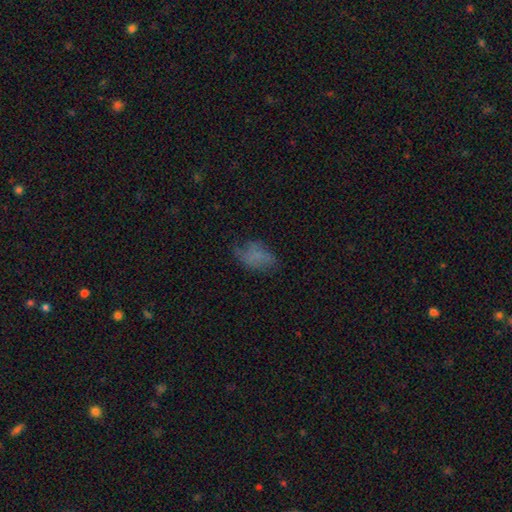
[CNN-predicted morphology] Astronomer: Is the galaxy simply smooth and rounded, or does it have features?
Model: smooth — 61%.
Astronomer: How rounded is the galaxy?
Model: in between — 89%.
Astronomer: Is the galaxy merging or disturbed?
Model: none — 47% (runner-up: minor disturbance, 29%).